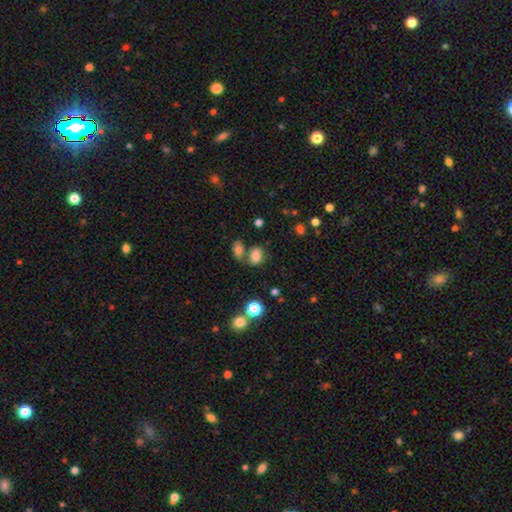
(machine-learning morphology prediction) Smooth or featured?
  - smooth: 80% *
  - star or artifact: 13%
  - featured or disk: 6%
How rounded?
  - in between: 69% *
  - round: 29%
  - cigar-shaped: 1%
Merging?
  - none: 57% *
  - merger: 24%
  - minor disturbance: 14%
  - major disturbance: 5%